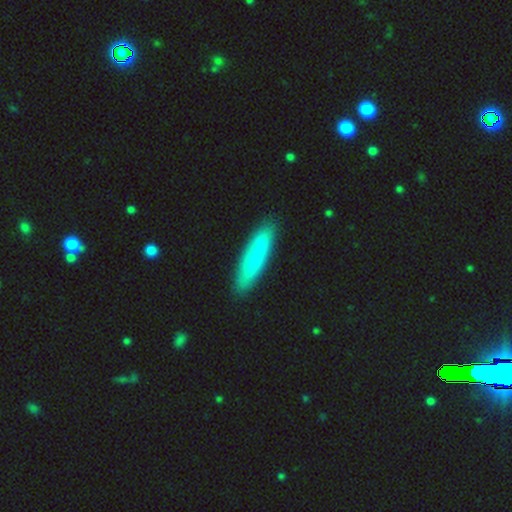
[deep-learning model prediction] Morphology: type=smooth (69%); roundness=cigar-shaped (85%); merging=none (84%).